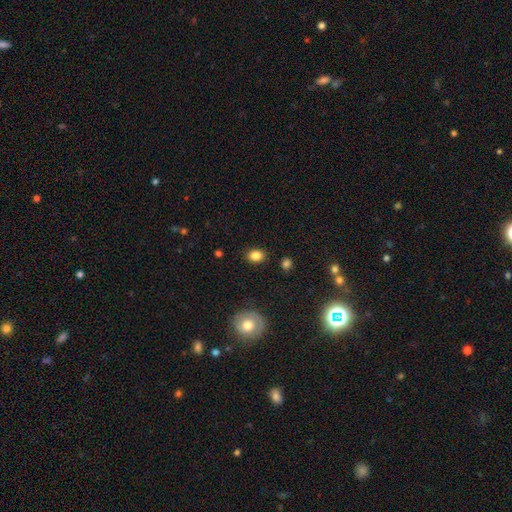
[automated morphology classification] Smooth or featured: smooth — 84% (star or artifact — 10%)
How rounded: in between — 58% (round — 41%)
Merging: none — 86% (minor disturbance — 9%)